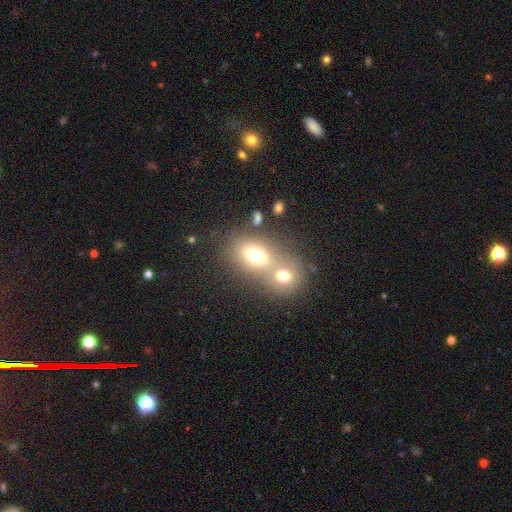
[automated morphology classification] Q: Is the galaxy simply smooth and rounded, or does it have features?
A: smooth — 70%.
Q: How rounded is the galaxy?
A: in between — 70%.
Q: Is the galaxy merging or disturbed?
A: merger — 56%.